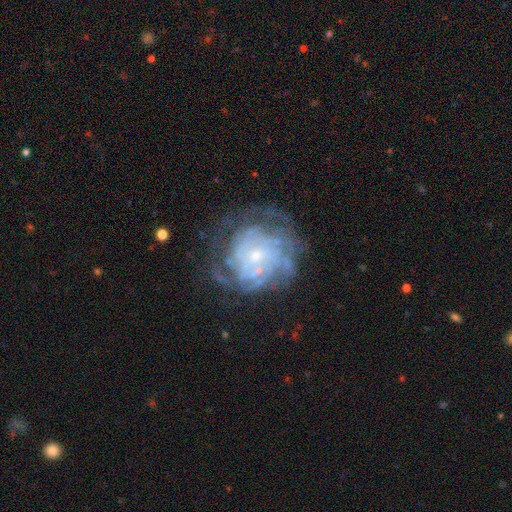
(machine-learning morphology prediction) Smooth or featured?
  - featured or disk: 77% *
  - smooth: 13%
  - star or artifact: 10%
Edge-on disk?
  - no: 97% *
  - yes: 3%
Bar?
  - no: 77% *
  - weak: 19%
  - strong: 4%
Spiral arms?
  - yes: 80% *
  - no: 20%
Spiral winding?
  - tight: 68% *
  - medium: 23%
  - loose: 9%
Spiral arm count?
  - can't tell: 53% *
  - 4: 13%
  - more than 4: 12%
  - 3: 9%
  - 2: 8%
  - 1: 5%
Bulge size?
  - small: 71% *
  - moderate: 22%
  - none: 4%
  - large: 2%
  - dominant: 1%
Merging?
  - none: 61% *
  - minor disturbance: 19%
  - major disturbance: 17%
  - merger: 3%